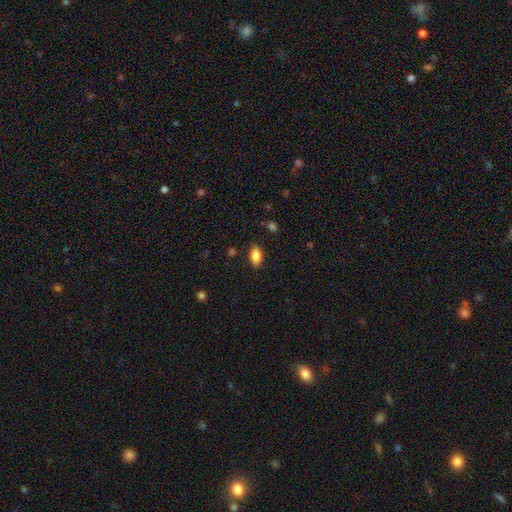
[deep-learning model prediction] This appears to be a smooth galaxy with no disk features (85%) that is in between round and cigar-shaped (90%). Merging: none (86%).